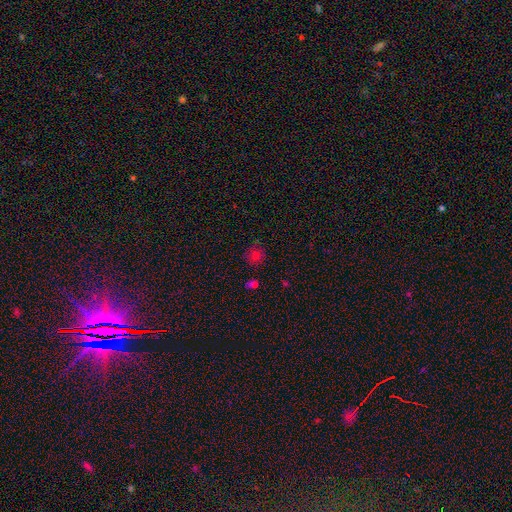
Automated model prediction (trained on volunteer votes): Smooth or featured?
  - smooth: 69% *
  - star or artifact: 20%
  - featured or disk: 11%
How rounded?
  - round: 85% *
  - in between: 14%
  - cigar-shaped: 1%
Merging?
  - none: 73% *
  - minor disturbance: 18%
  - major disturbance: 5%
  - merger: 4%